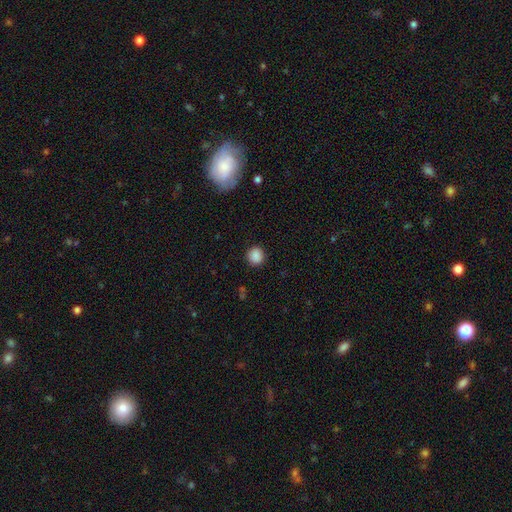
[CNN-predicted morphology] smooth_or_featured: smooth (p=0.88) [alt: star or artifact p=0.09]
how_rounded: round (p=0.86) [alt: in between p=0.13]
merging: none (p=0.90) [alt: minor disturbance p=0.07]